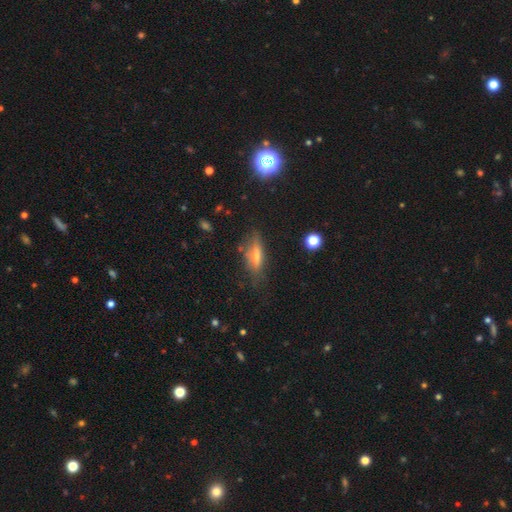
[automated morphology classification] This appears to be a smooth galaxy with no disk features (45%). Merging: none (73%).